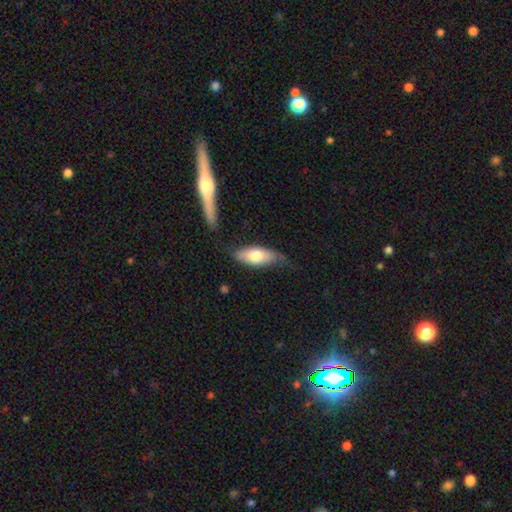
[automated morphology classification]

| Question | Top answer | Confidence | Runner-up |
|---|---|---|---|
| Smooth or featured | smooth | 66% | featured or disk (28%) |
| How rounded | in between | 78% | cigar-shaped (19%) |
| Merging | none | 58% | minor disturbance (29%) |